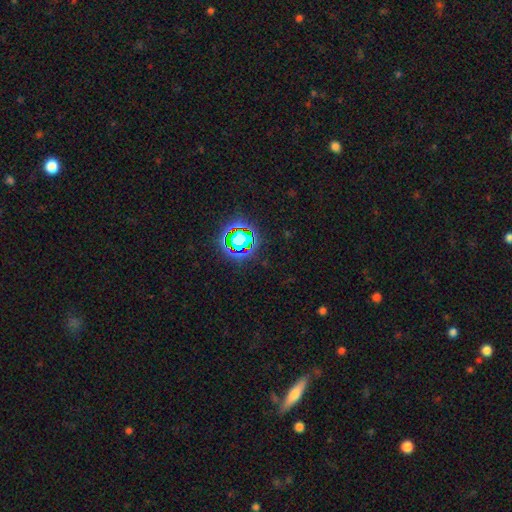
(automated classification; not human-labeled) Q: Smooth or featured?
A: star or artifact (76%); runner-up: smooth (15%)